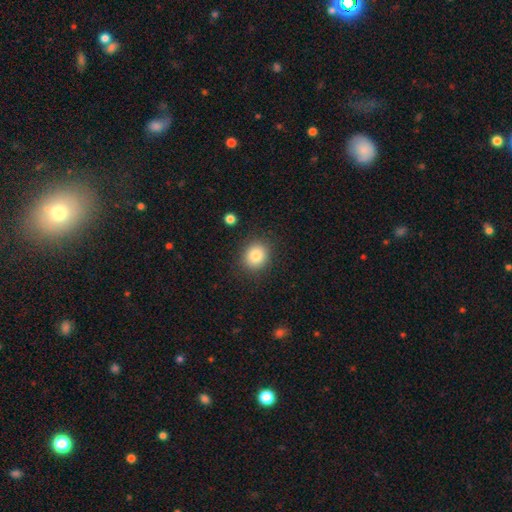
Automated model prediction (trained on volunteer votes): Q: Smooth or featured?
A: smooth (82%); runner-up: star or artifact (10%)
Q: How rounded?
A: round (76%); runner-up: in between (23%)
Q: Merging?
A: none (87%); runner-up: minor disturbance (8%)